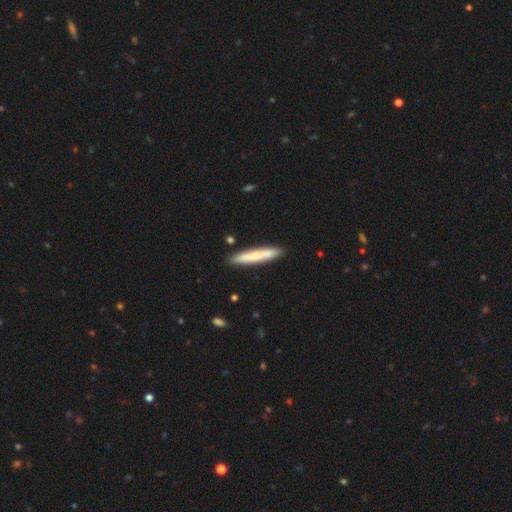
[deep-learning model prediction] This is likely a smooth galaxy (68%). How rounded: clearly cigar-shaped (92%). Merging: clearly none (85%).